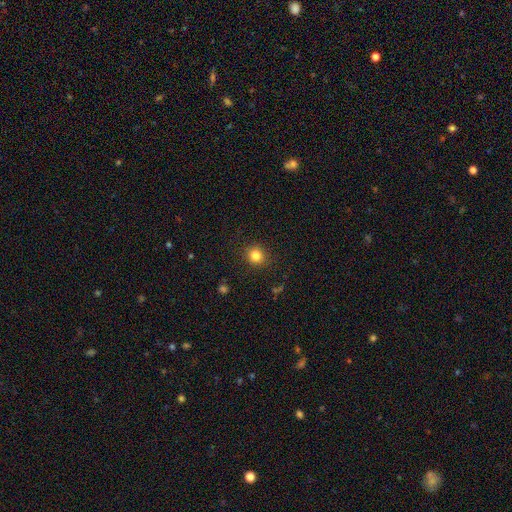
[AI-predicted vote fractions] Morphology: type=smooth (82%); roundness=round (87%); merging=none (90%).